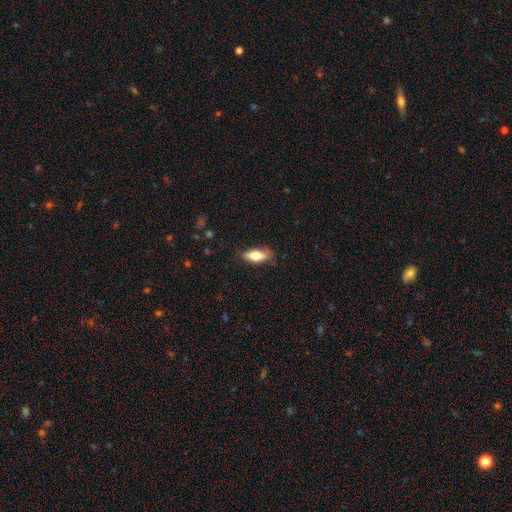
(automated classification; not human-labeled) smooth_or_featured: smooth (p=0.71) [alt: featured or disk p=0.23]
how_rounded: in between (p=0.70) [alt: cigar-shaped p=0.27]
merging: none (p=0.75) [alt: minor disturbance p=0.19]